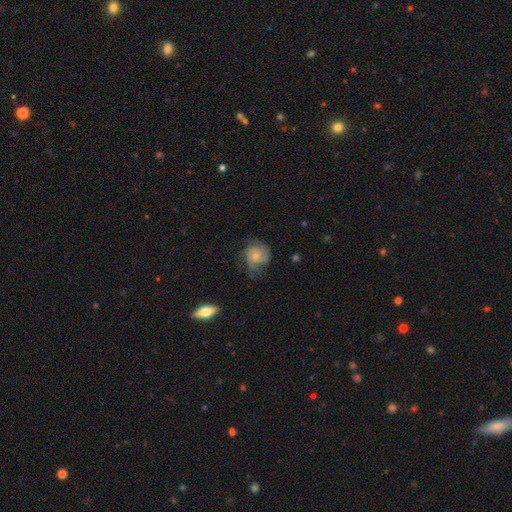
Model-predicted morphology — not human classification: The model was most divided on "smooth or featured": featured or disk: 53%, smooth: 39%, star or artifact: 8%. More confident: edge-on disk — no (97%); spiral arms — yes (86%); bar — no (77%); merging — none (58%); bulge size — small (52%).